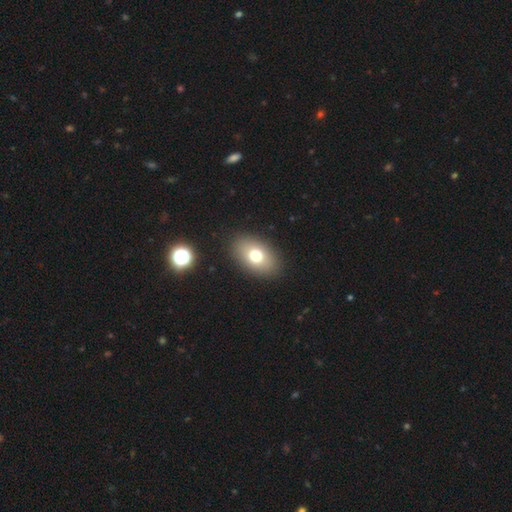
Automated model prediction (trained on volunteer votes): Smooth or featured?
  - smooth: 73% *
  - featured or disk: 16%
  - star or artifact: 11%
How rounded?
  - in between: 85% *
  - round: 14%
  - cigar-shaped: 1%
Merging?
  - none: 89% *
  - minor disturbance: 7%
  - major disturbance: 3%
  - merger: 1%